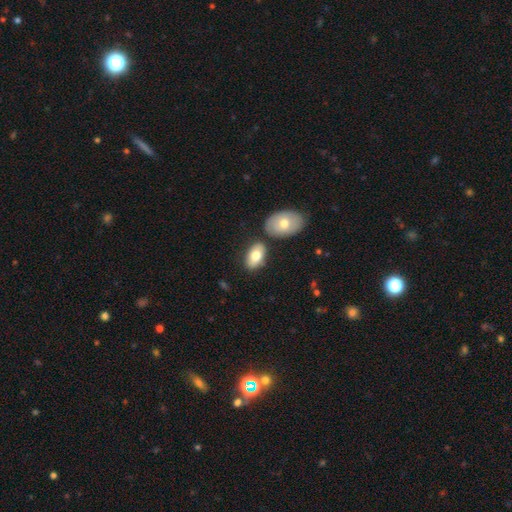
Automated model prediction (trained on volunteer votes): The model was most divided on "merging": none: 68%, merger: 16%, minor disturbance: 13%, major disturbance: 3%. More confident: how rounded — in between (93%); smooth or featured — smooth (75%).